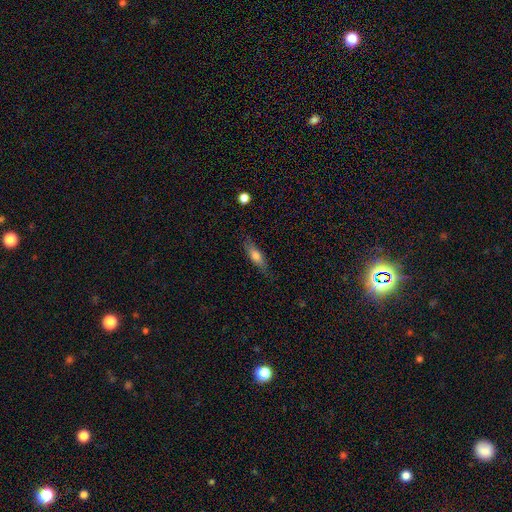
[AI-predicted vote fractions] Morphology: type=smooth (61%); roundness=cigar-shaped (56%); merging=none (79%).